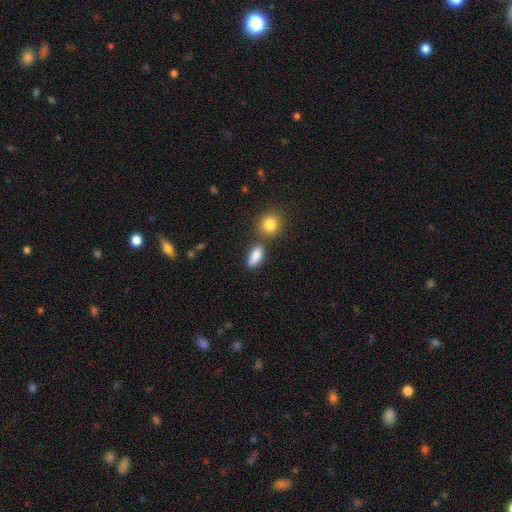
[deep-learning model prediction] Morphology: type=smooth (85%); roundness=in between (72%); merging=none (68%).